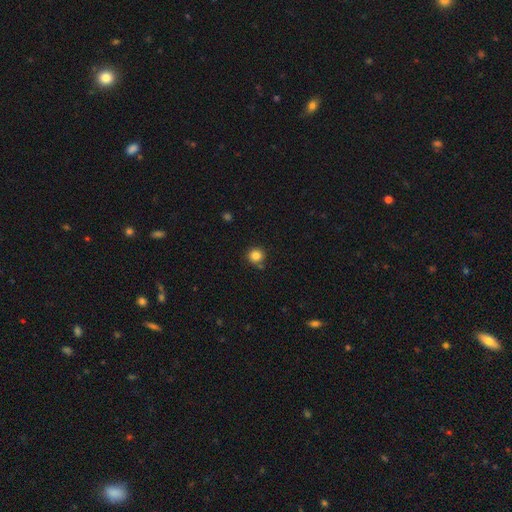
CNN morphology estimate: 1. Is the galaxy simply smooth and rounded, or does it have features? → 84% smooth, 11% star or artifact, 5% featured or disk.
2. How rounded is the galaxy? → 93% round, 6% in between, 1% cigar-shaped.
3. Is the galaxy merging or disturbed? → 81% none, 10% minor disturbance, 6% merger, 3% major disturbance.